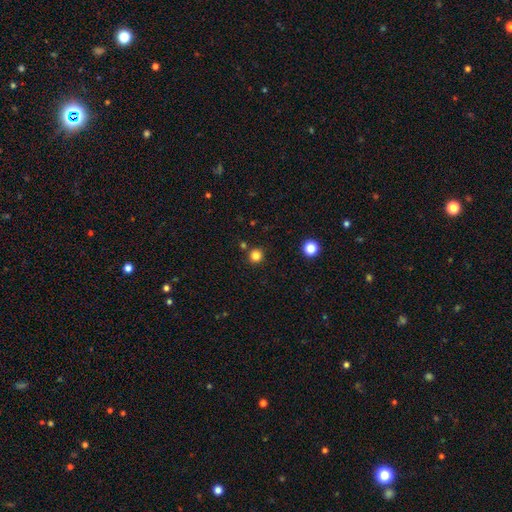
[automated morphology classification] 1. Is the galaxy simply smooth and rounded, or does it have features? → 82% smooth, 14% star or artifact, 4% featured or disk.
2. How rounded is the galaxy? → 94% round, 5% in between, 1% cigar-shaped.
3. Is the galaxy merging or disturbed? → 87% none, 6% minor disturbance, 5% merger, 2% major disturbance.